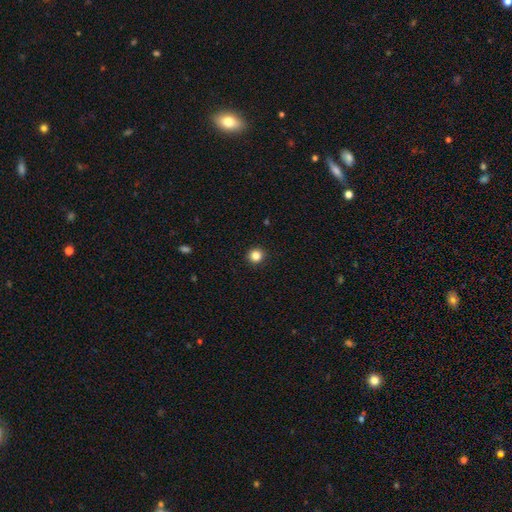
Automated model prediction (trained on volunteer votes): A smooth galaxy with no disk features (84%) that is round (94%). Merging: none (93%).